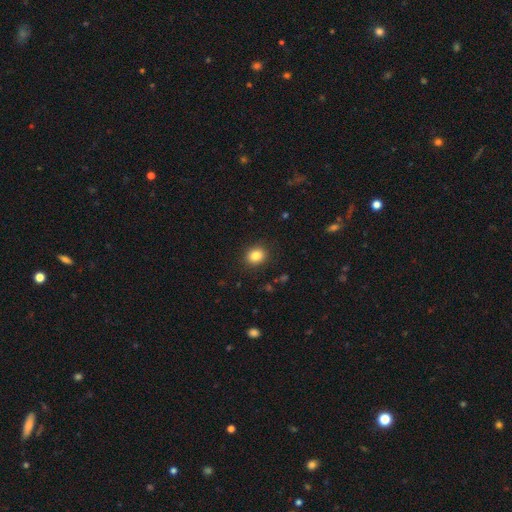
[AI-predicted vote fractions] This is clearly a smooth galaxy (84%). How rounded: likely round (66%). Merging: clearly none (89%).